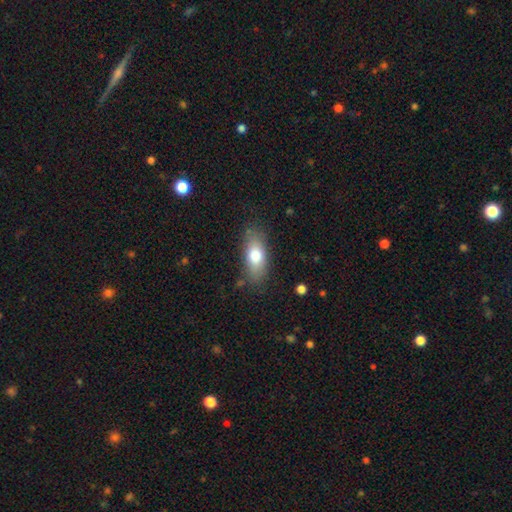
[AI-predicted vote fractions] A smooth galaxy with no disk features (74%) that is in between round and cigar-shaped (80%). Merging: none (80%).